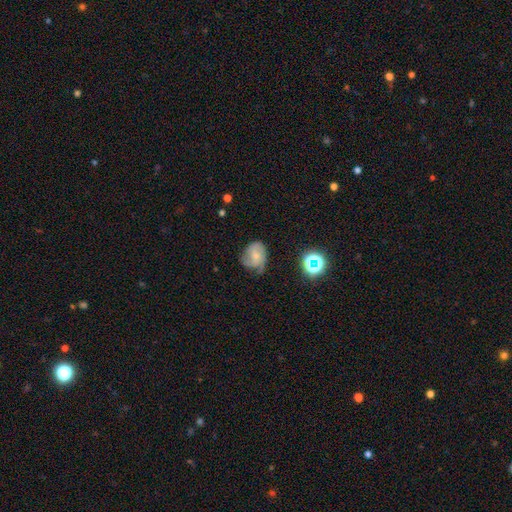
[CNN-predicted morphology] A featured or disk galaxy (48%).

Vote fractions:
- Smooth or featured? featured or disk: 48% / smooth: 39% / star or artifact: 13%
- Merging? none: 42% / minor disturbance: 35% / major disturbance: 21% / merger: 2%